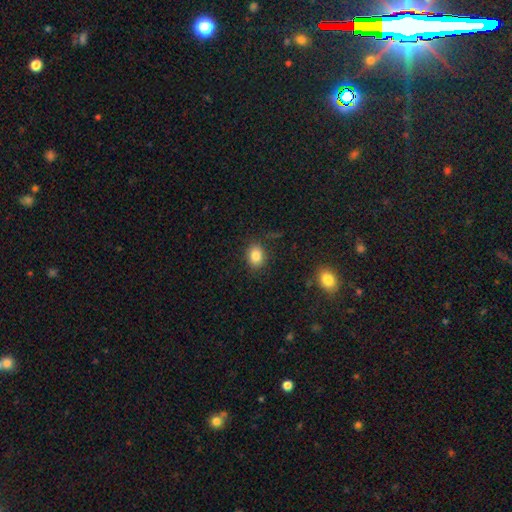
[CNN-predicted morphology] A smooth galaxy with no disk features (84%) that is in between round and cigar-shaped (60%).

Vote fractions:
- Smooth or featured? smooth: 84% / star or artifact: 10% / featured or disk: 6%
- How rounded? in between: 60% / round: 39% / cigar-shaped: 1%
- Merging? none: 85% / minor disturbance: 10% / major disturbance: 3% / merger: 2%